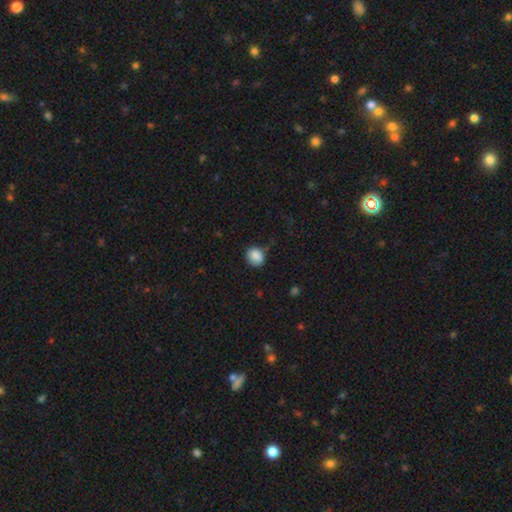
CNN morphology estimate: smooth-or-featured: smooth: 87% | star or artifact: 9% | featured or disk: 4%
  how-rounded: round: 73% | in between: 26% | cigar-shaped: 1%
  merging: none: 74% | minor disturbance: 20% | major disturbance: 4% | merger: 2%